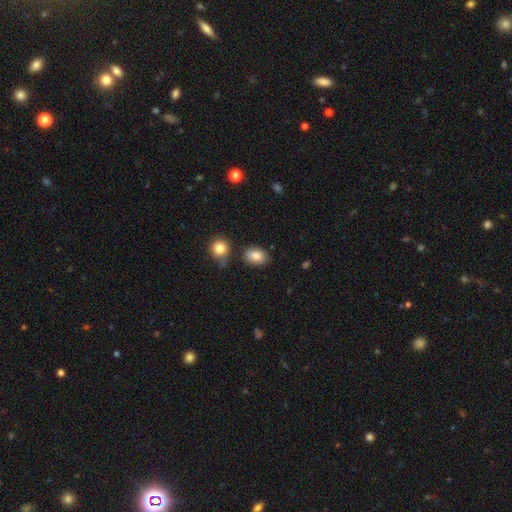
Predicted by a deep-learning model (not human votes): A smooth galaxy with no disk features (83%) that is in between round and cigar-shaped (72%). Merging: none (75%).